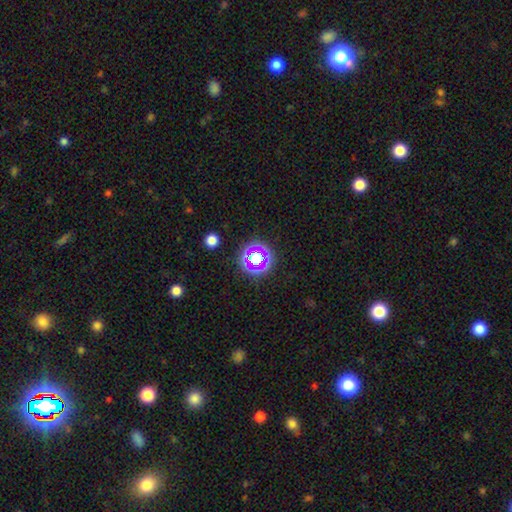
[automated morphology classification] Smooth or featured? star or artifact (51%)